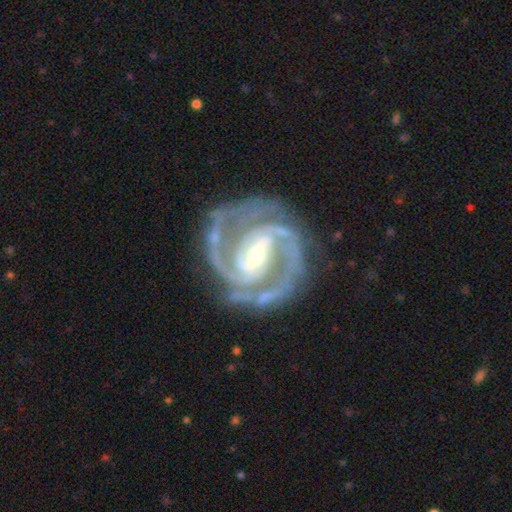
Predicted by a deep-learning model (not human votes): This appears to be a featured or disk galaxy (94%) with a strong bar (52%), 2 (63%) tight (57%) spiral arms (99%) and a small central bulge (51%). Merging: none (75%).